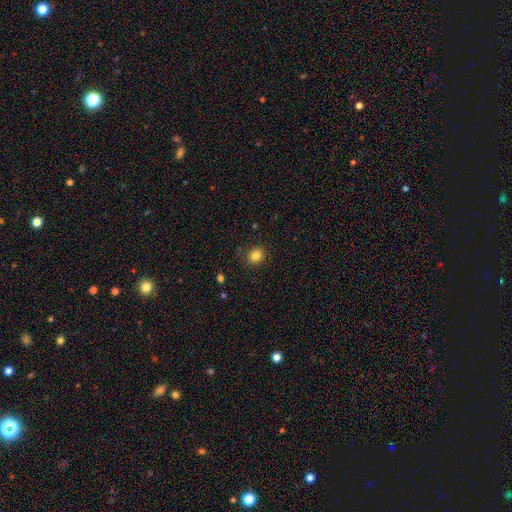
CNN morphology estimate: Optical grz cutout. It shows a smooth galaxy with no disk features (83%) that is round (77%). Merging: none (88%).